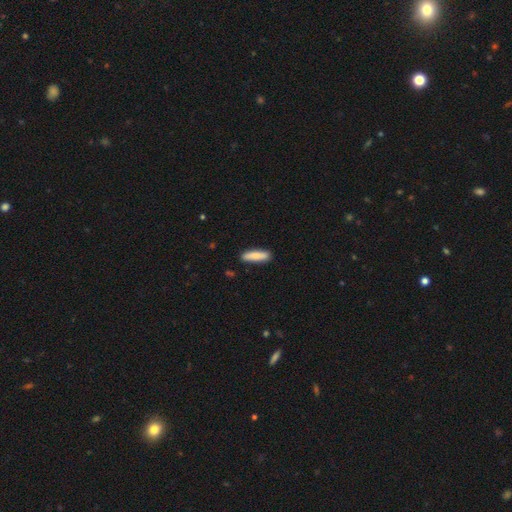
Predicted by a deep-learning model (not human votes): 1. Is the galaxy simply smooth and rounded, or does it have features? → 82% smooth, 12% featured or disk, 6% star or artifact.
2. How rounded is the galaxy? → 69% cigar-shaped, 30% in between, 2% round.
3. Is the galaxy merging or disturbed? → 87% none, 10% minor disturbance, 2% major disturbance, 1% merger.